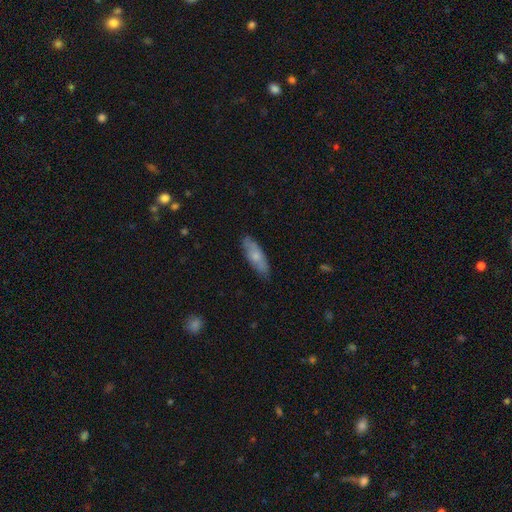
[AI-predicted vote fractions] This is likely a smooth galaxy (68%). How rounded: possibly in between (55%). Merging: clearly none (82%).